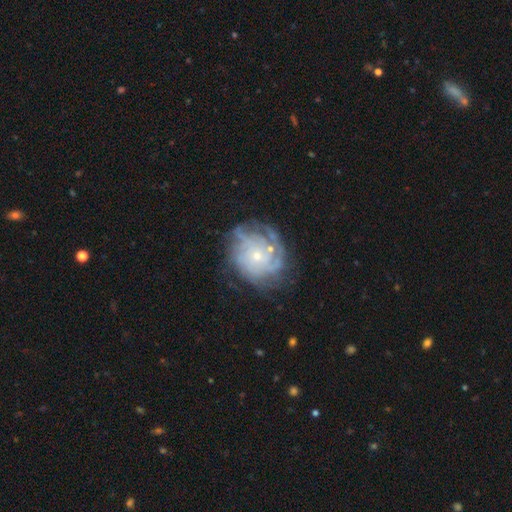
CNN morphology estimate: This is likely a featured or disk galaxy (79%). It is clearly not viewed edge-on (97%). Bar: clearly no (82%). Spiral arm pattern: clearly yes (90%). Spiral arm count: marginally can't tell (38%). Spiral winding: likely tight (68%). Central bulge: likely small (77%). Merging: likely none (67%).